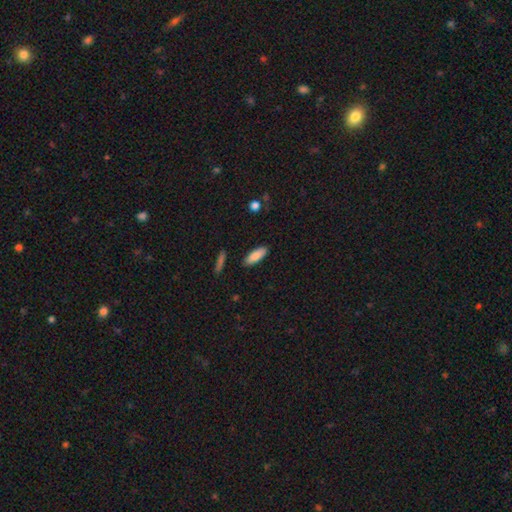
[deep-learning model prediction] The model was most divided on "how rounded": in between: 65%, cigar-shaped: 34%, round: 2%. More confident: merging — none (88%); smooth or featured — smooth (86%).